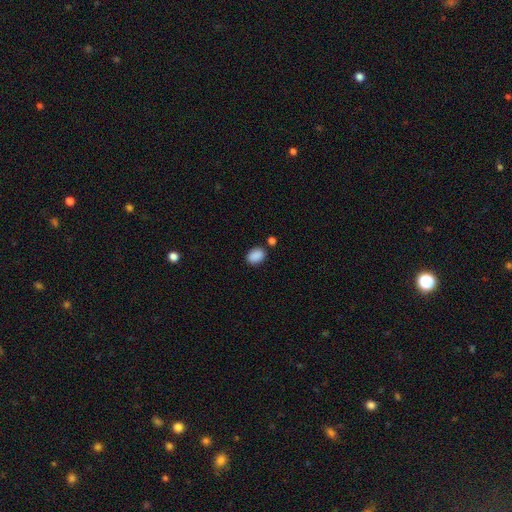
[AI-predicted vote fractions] This appears to be a smooth galaxy with no disk features (89%) that is in between round and cigar-shaped (80%). Merging: none (80%).